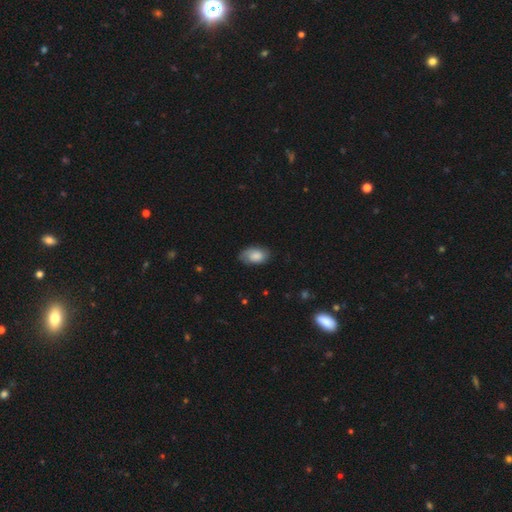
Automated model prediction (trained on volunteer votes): A smooth galaxy with no disk features (79%) that is in between round and cigar-shaped (92%). Merging: none (70%).